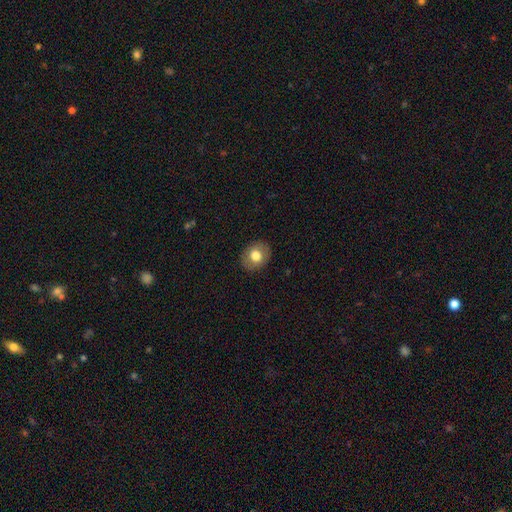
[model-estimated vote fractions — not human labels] Smooth or featured? Predicted: smooth (p=0.75). How rounded? Predicted: round (p=0.62). Merging? Predicted: none (p=0.88).